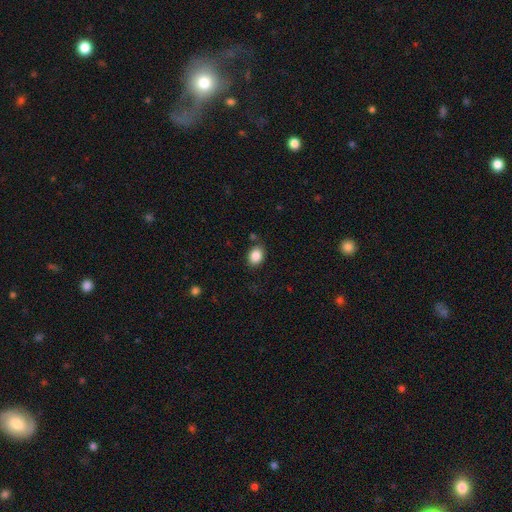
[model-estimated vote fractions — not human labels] Overall: smooth (87%). How rounded: in between (64%; round 35%). Merging: none (82%).